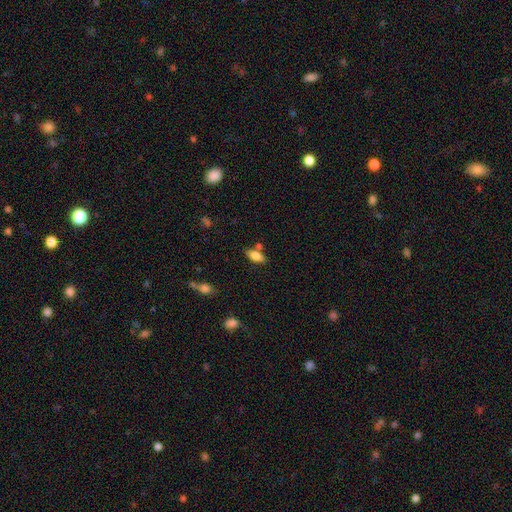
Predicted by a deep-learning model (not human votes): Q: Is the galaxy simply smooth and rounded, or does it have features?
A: smooth — 75%.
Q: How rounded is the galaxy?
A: in between — 83%.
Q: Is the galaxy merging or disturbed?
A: none — 69%.